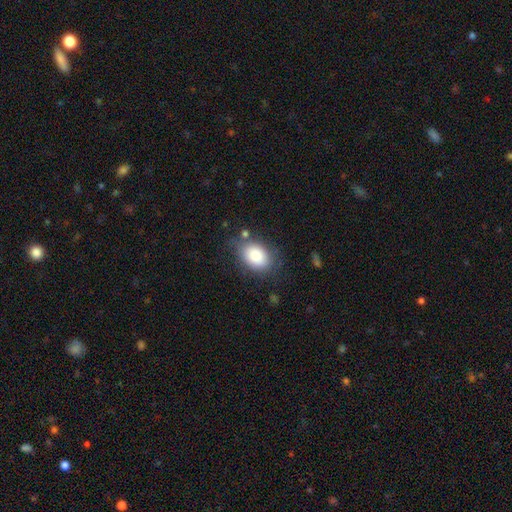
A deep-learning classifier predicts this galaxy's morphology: Smooth or featured? Predicted: smooth (p=0.82). How rounded? Predicted: in between (p=0.80). Merging? Predicted: none (p=0.72).